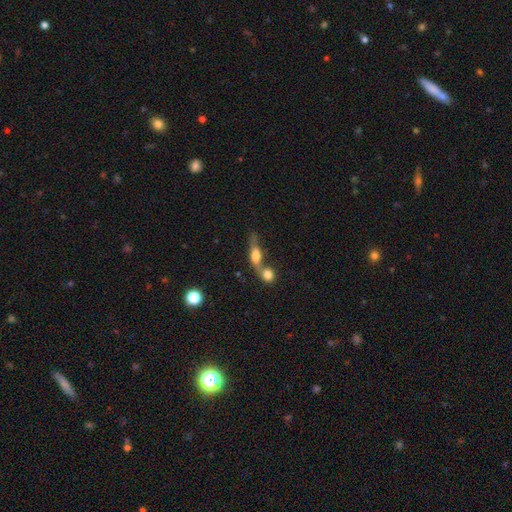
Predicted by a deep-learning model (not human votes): This is possibly a smooth galaxy (58%). How rounded: possibly in between (52%). Merging: possibly merger (57%).